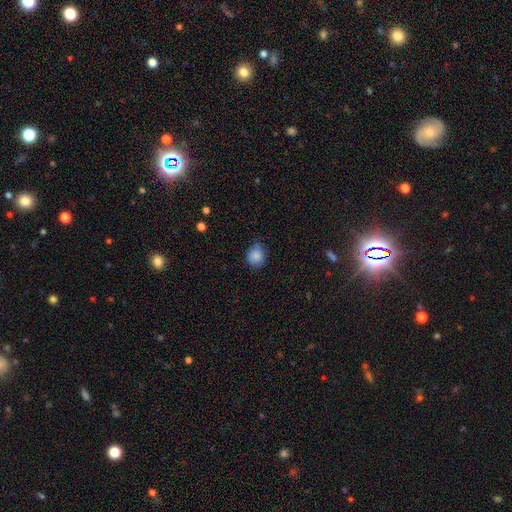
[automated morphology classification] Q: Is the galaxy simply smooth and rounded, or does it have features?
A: smooth — 86%.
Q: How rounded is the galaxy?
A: round — 71%.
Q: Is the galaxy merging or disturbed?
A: none — 66%.